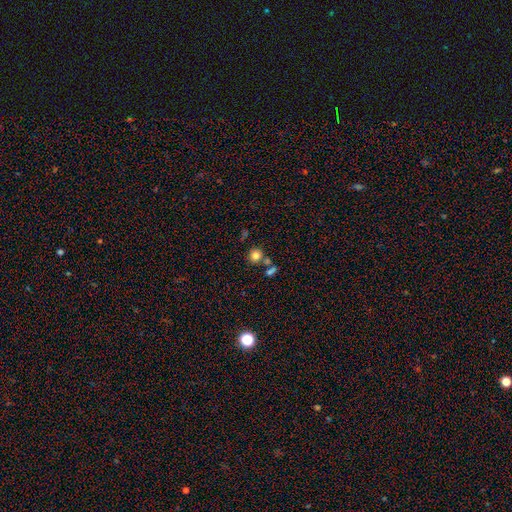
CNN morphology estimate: Smooth or featured?
  - smooth: 80% *
  - star or artifact: 12%
  - featured or disk: 8%
How rounded?
  - round: 88% *
  - in between: 11%
  - cigar-shaped: 1%
Merging?
  - none: 70% *
  - merger: 16%
  - minor disturbance: 10%
  - major disturbance: 4%